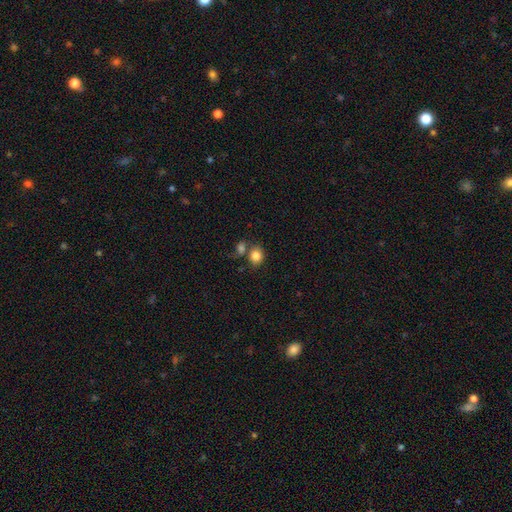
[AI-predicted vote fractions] Smooth or featured? smooth (84%)
How rounded? round (61%)
Merging? none (54%)